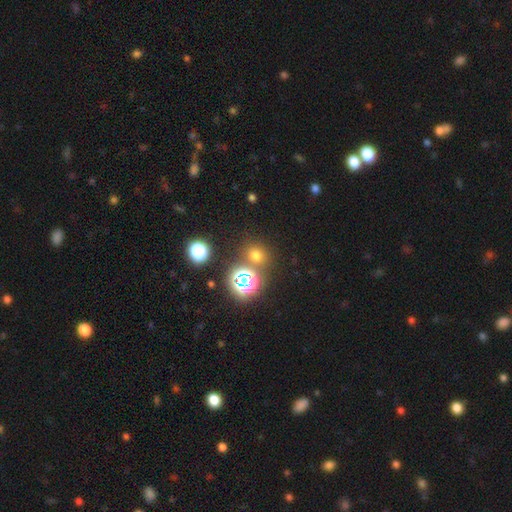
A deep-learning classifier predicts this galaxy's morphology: This is likely a smooth galaxy (61%). How rounded: clearly round (80%). Merging: likely none (76%).